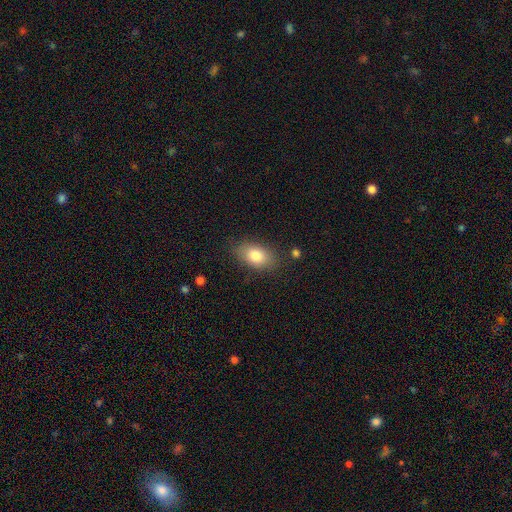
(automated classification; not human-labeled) A smooth galaxy with no disk features (81%) that is in between round and cigar-shaped (88%).

Vote fractions:
- Smooth or featured? smooth: 81% / featured or disk: 11% / star or artifact: 8%
- How rounded? in between: 88% / round: 9% / cigar-shaped: 2%
- Merging? none: 81% / minor disturbance: 13% / major disturbance: 4% / merger: 2%